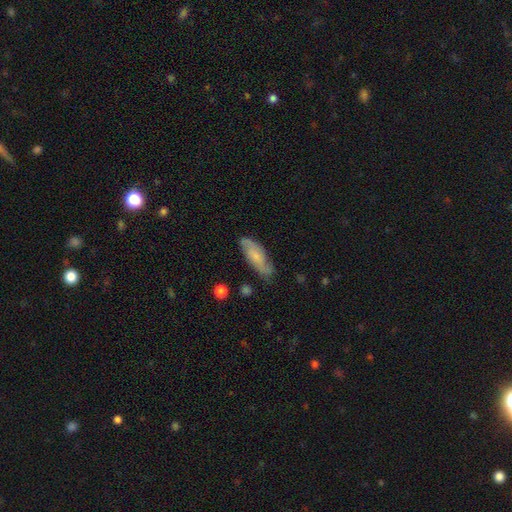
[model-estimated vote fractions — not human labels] smooth_or_featured: featured or disk (p=0.54) [alt: smooth p=0.39]
disk_edge_on: no (p=0.84) [alt: yes p=0.16]
merging: none (p=0.78) [alt: minor disturbance p=0.17]